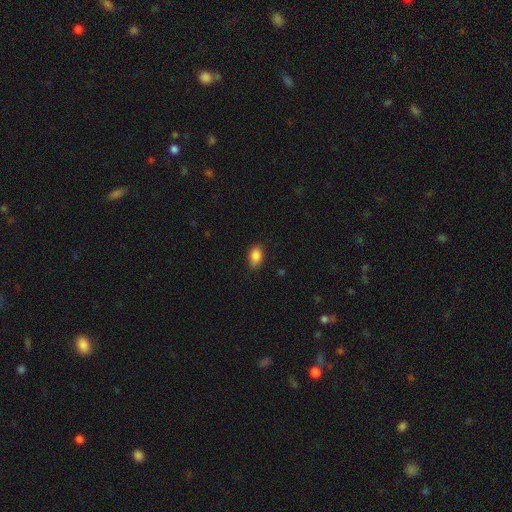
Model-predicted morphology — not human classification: A smooth galaxy with no disk features (86%) that is in between round and cigar-shaped (84%). Merging: none (77%).